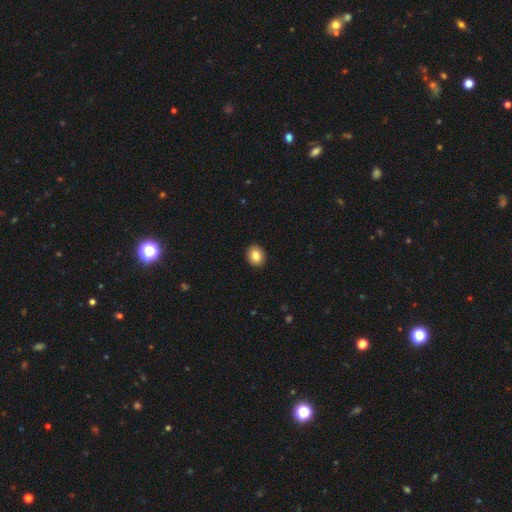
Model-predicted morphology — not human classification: A smooth galaxy with no disk features (84%) that is round (59%). Merging: none (92%).